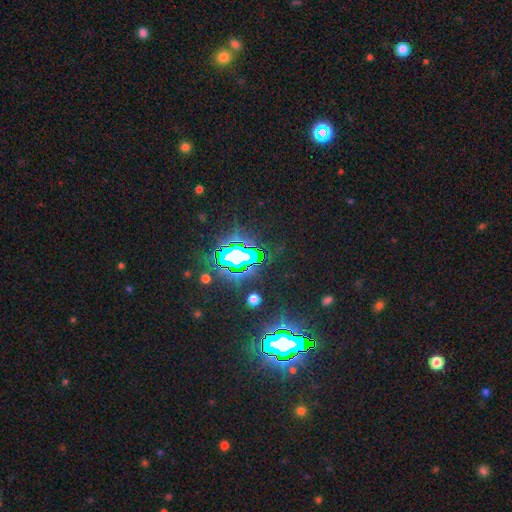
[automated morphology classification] This is clearly a star or artifact rather than a galaxy (81%).